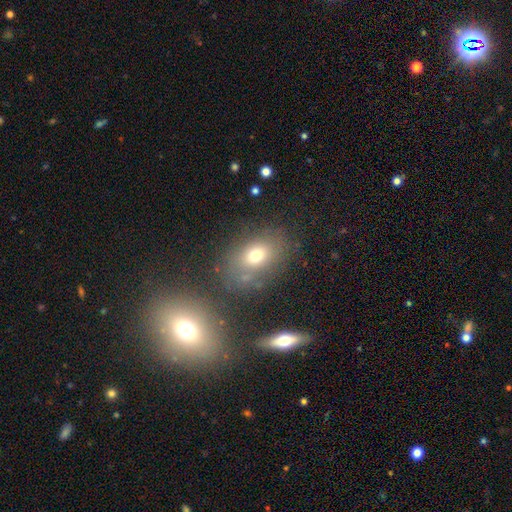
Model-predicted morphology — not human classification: This is likely a smooth galaxy (68%). How rounded: likely in between (68%). Merging: likely none (67%).